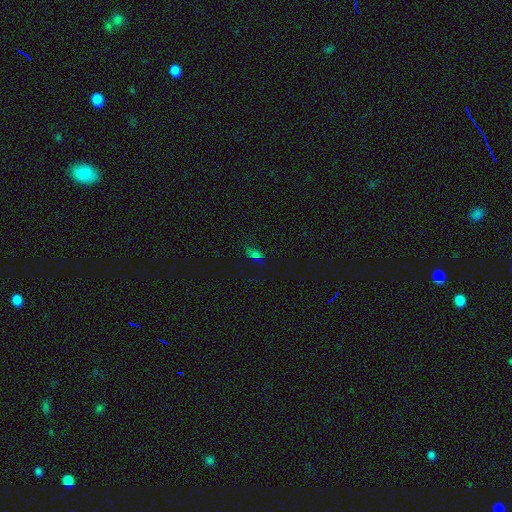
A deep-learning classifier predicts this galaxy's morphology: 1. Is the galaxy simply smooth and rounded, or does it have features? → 54% smooth, 32% star or artifact, 14% featured or disk.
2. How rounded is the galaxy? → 78% in between, 11% cigar-shaped, 11% round.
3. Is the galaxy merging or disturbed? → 60% none, 25% minor disturbance, 11% major disturbance, 4% merger.